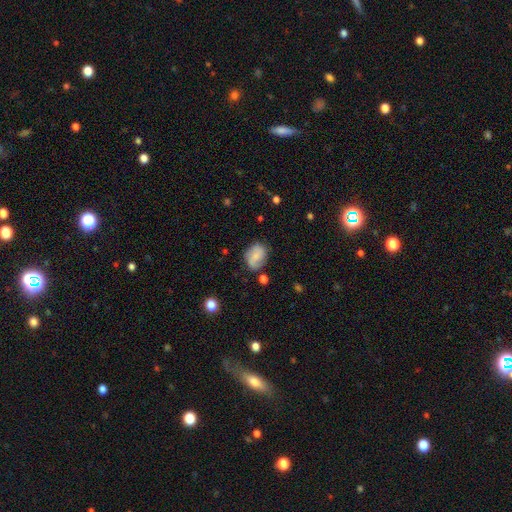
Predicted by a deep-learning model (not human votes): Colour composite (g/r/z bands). It shows a smooth galaxy with no disk features (54%) that is in between round and cigar-shaped (58%). Merging: none (66%).